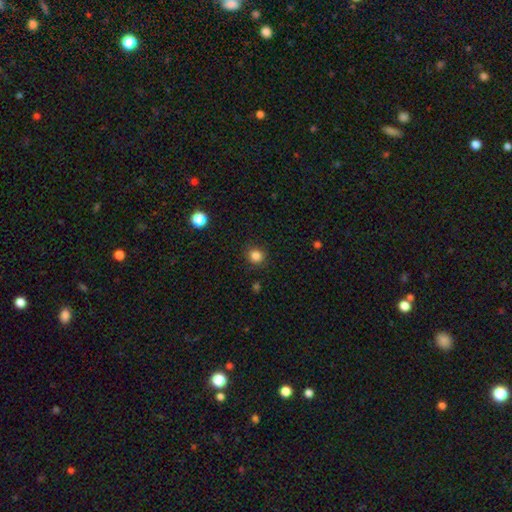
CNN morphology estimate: A smooth galaxy with no disk features (84%) that is round (87%).

Vote fractions:
- Smooth or featured? smooth: 84% / star or artifact: 12% / featured or disk: 4%
- How rounded? round: 87% / in between: 12% / cigar-shaped: 1%
- Merging? none: 88% / minor disturbance: 8% / major disturbance: 3% / merger: 1%